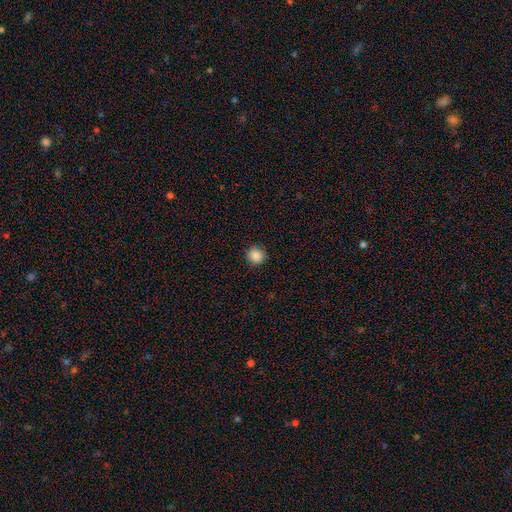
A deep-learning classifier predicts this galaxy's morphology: smooth 87%, star or artifact 10%, featured or disk 3%. Down the decision tree: how rounded — round (94%); merging — none (89%).